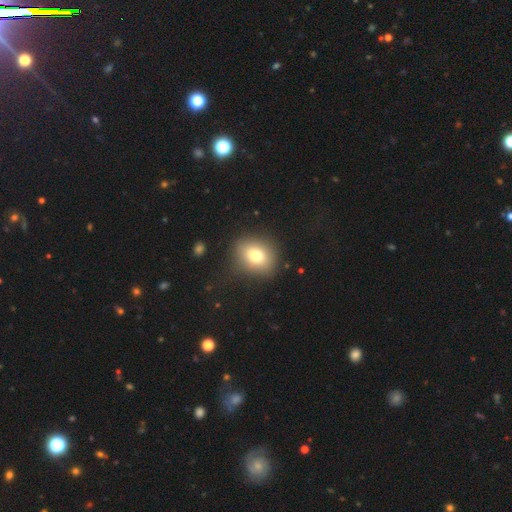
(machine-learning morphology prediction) A smooth galaxy with no disk features (75%) that is round (59%). Merging: none (83%).